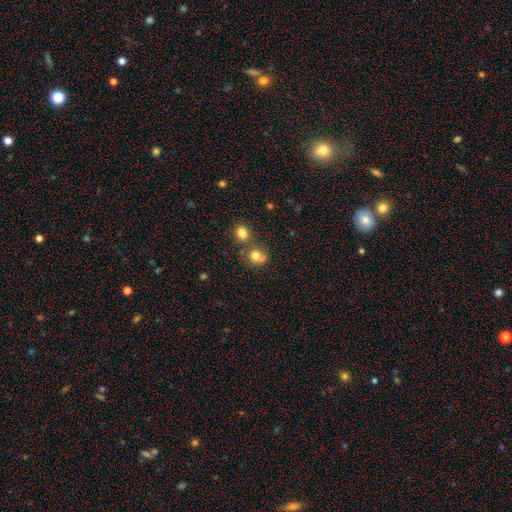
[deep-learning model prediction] A smooth galaxy with no disk features (78%) that is round (78%).

Vote fractions:
- Smooth or featured? smooth: 78% / star or artifact: 11% / featured or disk: 10%
- How rounded? round: 78% / in between: 21% / cigar-shaped: 1%
- Merging? none: 51% / merger: 29% / minor disturbance: 14% / major disturbance: 6%